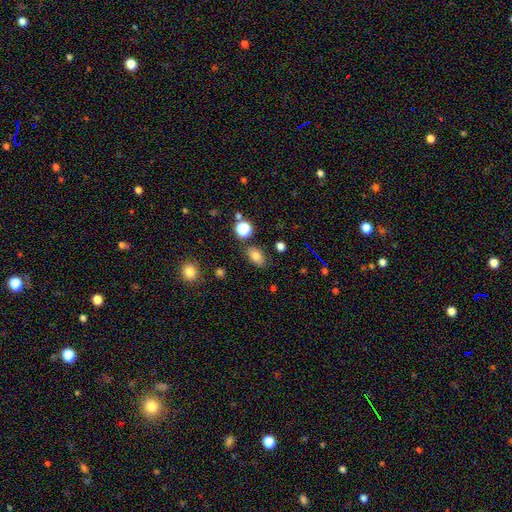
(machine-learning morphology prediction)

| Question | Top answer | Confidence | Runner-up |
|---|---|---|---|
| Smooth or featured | smooth | 77% | star or artifact (14%) |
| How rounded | in between | 83% | round (15%) |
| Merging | none | 79% | minor disturbance (14%) |